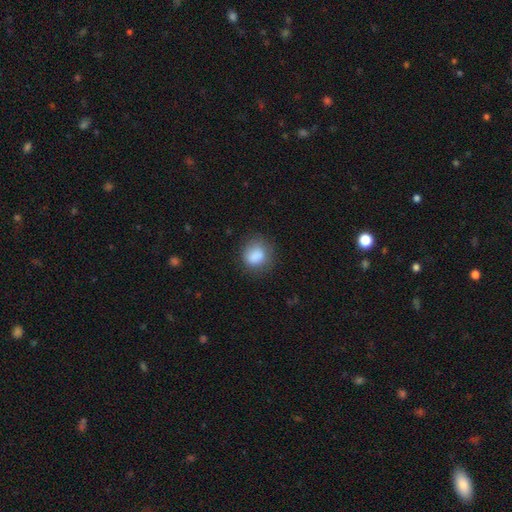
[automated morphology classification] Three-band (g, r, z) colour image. It shows a smooth galaxy with no disk features (83%) that is round (72%). Merging: none (70%).